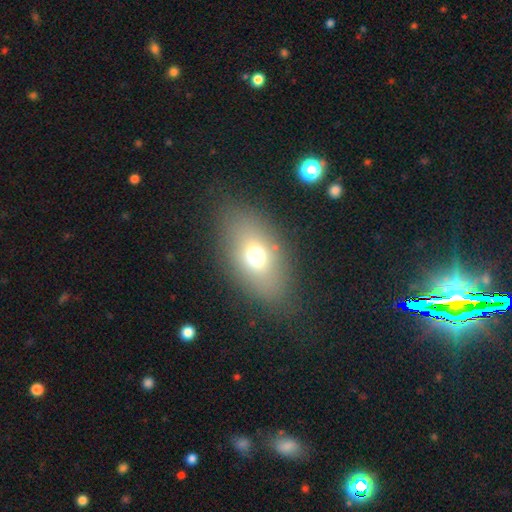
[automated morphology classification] Smooth or featured?
  - smooth: 68% *
  - featured or disk: 19%
  - star or artifact: 14%
How rounded?
  - in between: 82% *
  - round: 14%
  - cigar-shaped: 4%
Merging?
  - none: 80% *
  - minor disturbance: 11%
  - major disturbance: 7%
  - merger: 2%